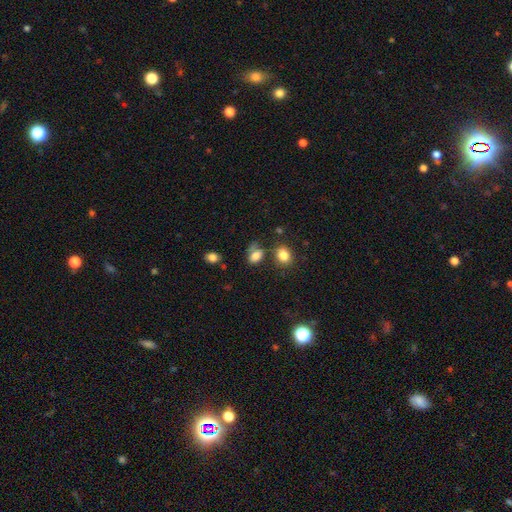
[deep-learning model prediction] Q: Smooth or featured?
A: smooth (79%); runner-up: star or artifact (11%)
Q: How rounded?
A: in between (82%); runner-up: round (16%)
Q: Merging?
A: none (45%); runner-up: minor disturbance (25%)